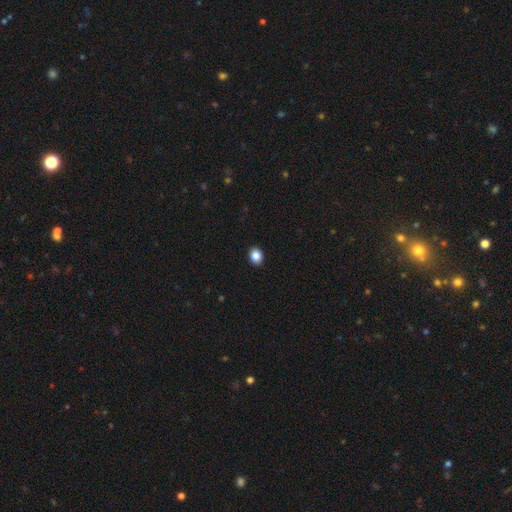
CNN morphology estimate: Q: Smooth or featured?
A: smooth (87%); runner-up: star or artifact (9%)
Q: How rounded?
A: in between (51%); runner-up: round (48%)
Q: Merging?
A: none (92%); runner-up: minor disturbance (6%)